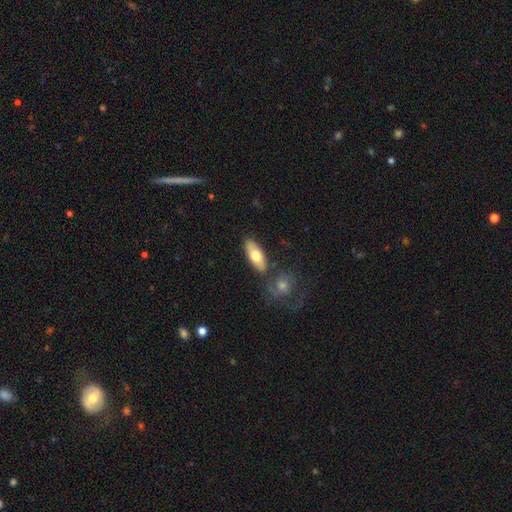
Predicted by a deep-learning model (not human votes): Smooth or featured? smooth (68%)
How rounded? in between (77%)
Merging? none (78%)